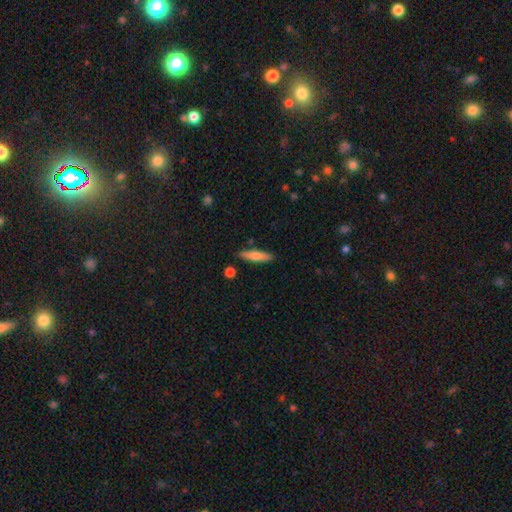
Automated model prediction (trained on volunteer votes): This appears to be a smooth galaxy with no disk features (71%) that is cigar-shaped (76%). Merging: none (84%).